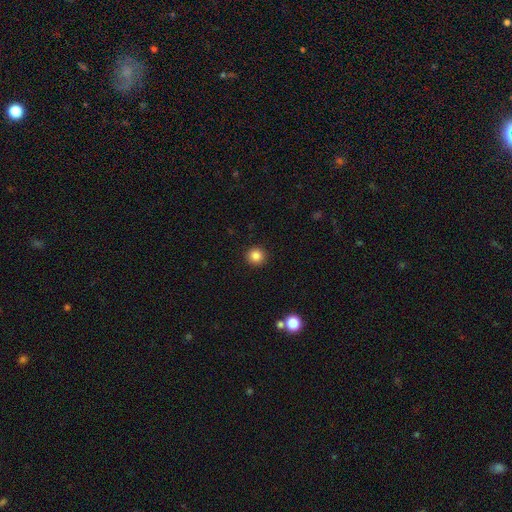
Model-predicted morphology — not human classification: Overall: smooth (85%). How rounded: round (94%). Merging: none (93%).